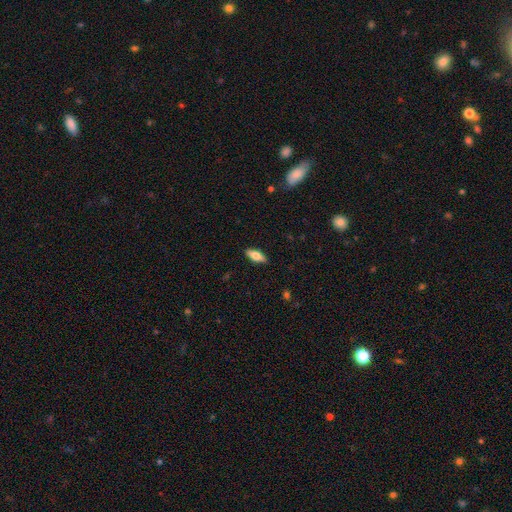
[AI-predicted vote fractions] This appears to be a smooth galaxy with no disk features (67%) that is in between round and cigar-shaped (75%). Merging: none (89%).